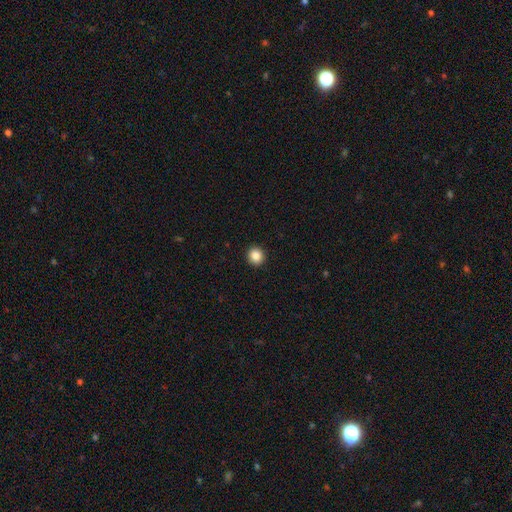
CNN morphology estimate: This appears to be a smooth galaxy with no disk features (86%) that is round (92%). Merging: none (93%).